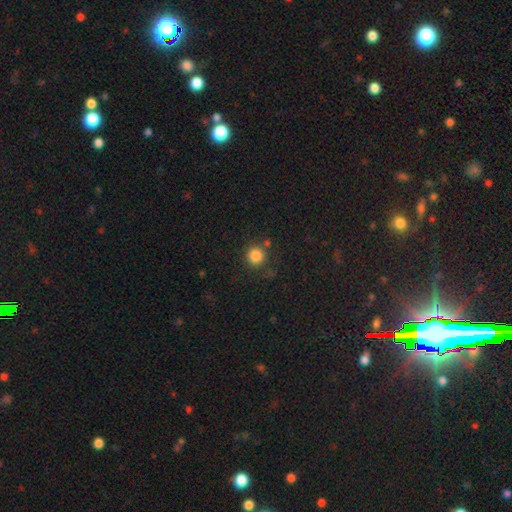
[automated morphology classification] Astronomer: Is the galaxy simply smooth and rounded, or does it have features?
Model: smooth — 84%.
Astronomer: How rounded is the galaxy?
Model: round — 93%.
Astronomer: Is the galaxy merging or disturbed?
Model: none — 80%.